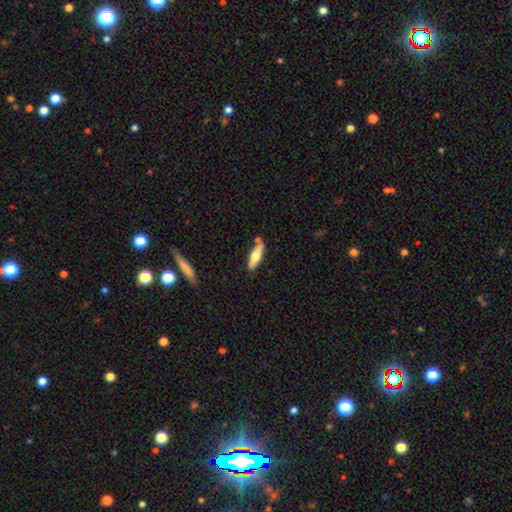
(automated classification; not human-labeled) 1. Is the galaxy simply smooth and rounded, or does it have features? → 60% smooth, 35% featured or disk, 5% star or artifact.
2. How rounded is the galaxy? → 58% cigar-shaped, 40% in between, 2% round.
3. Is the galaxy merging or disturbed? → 77% none, 14% minor disturbance, 7% merger, 3% major disturbance.